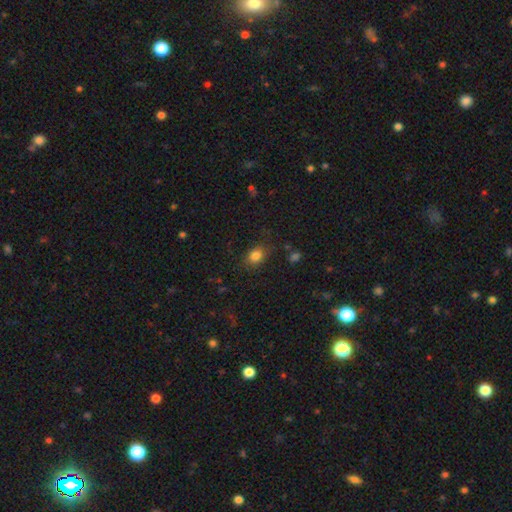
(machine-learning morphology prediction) This appears to be a smooth galaxy with no disk features (82%) that is in between round and cigar-shaped (58%). Merging: none (79%).